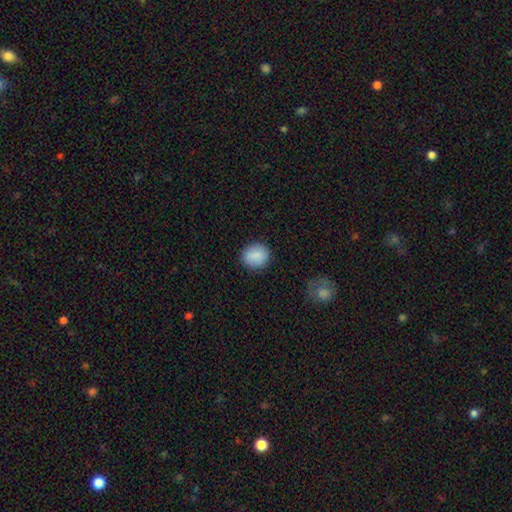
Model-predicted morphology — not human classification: This is clearly a smooth galaxy (88%). How rounded: likely round (75%). Merging: clearly none (87%).